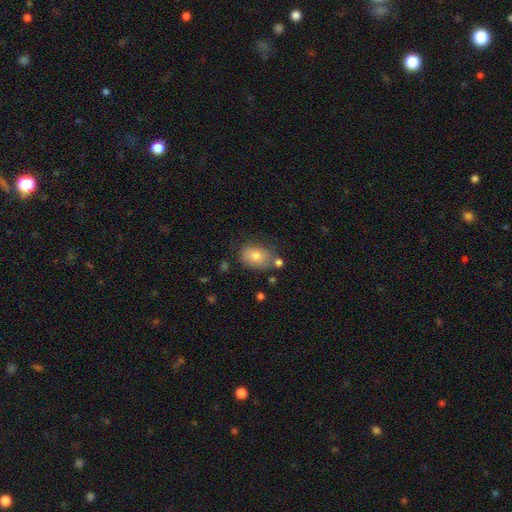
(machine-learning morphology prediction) Smooth or featured: smooth — 78% (featured or disk — 13%)
How rounded: in between — 72% (round — 27%)
Merging: none — 66% (minor disturbance — 19%)